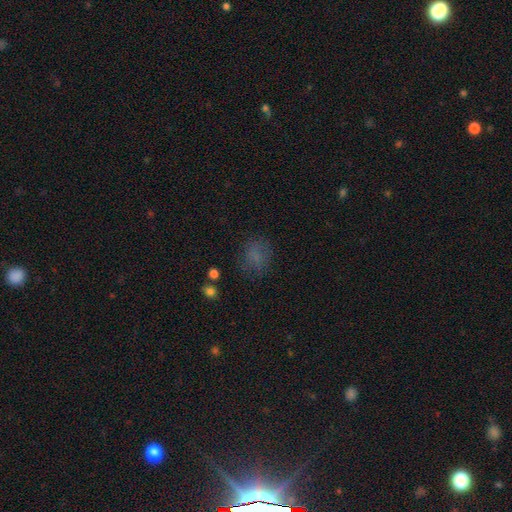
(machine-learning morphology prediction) smooth 68%, star or artifact 19%, featured or disk 13%. Down the decision tree: how rounded — in between (49%, tied with round); merging — none (70%).